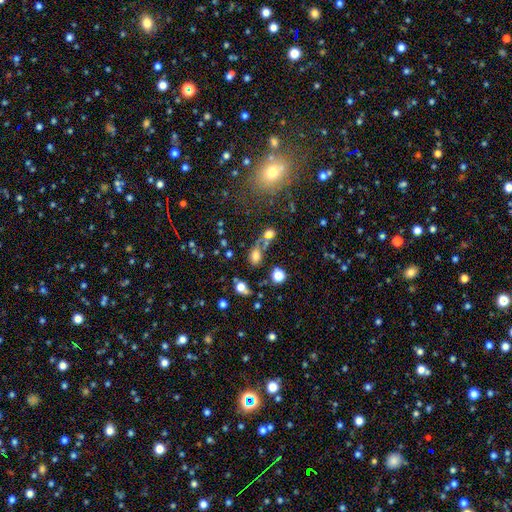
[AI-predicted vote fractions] The model was most divided on "merging": none: 42%, merger: 31%, minor disturbance: 15%, major disturbance: 11%. More confident: smooth or featured — smooth (69%); how rounded — in between (61%).